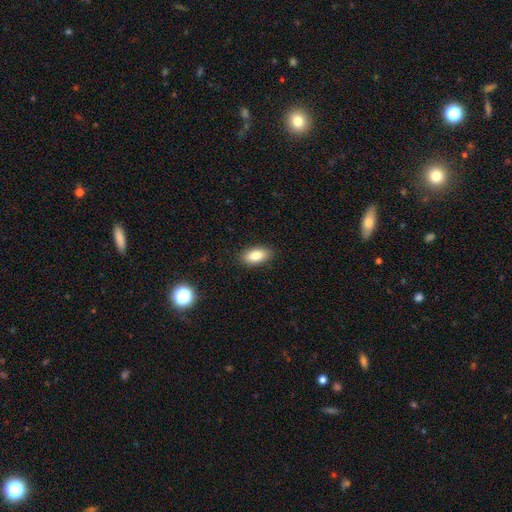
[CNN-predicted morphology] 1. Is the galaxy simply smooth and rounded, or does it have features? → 83% smooth, 9% featured or disk, 8% star or artifact.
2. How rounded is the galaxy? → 90% in between, 6% cigar-shaped, 4% round.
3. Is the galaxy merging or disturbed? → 88% none, 9% minor disturbance, 2% major disturbance, 1% merger.